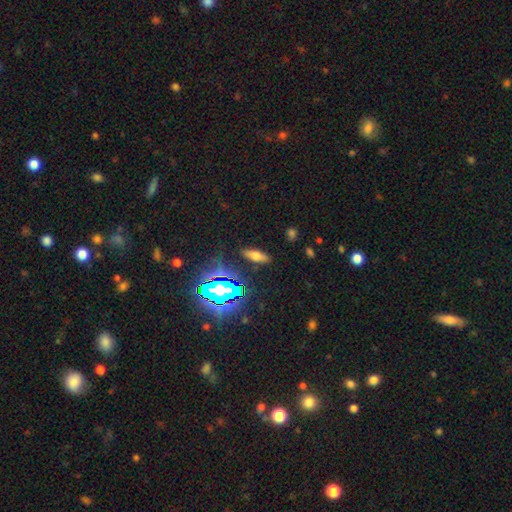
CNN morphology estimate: A smooth galaxy with no disk features (58%) that is in between round and cigar-shaped (55%). Merging: none (86%).